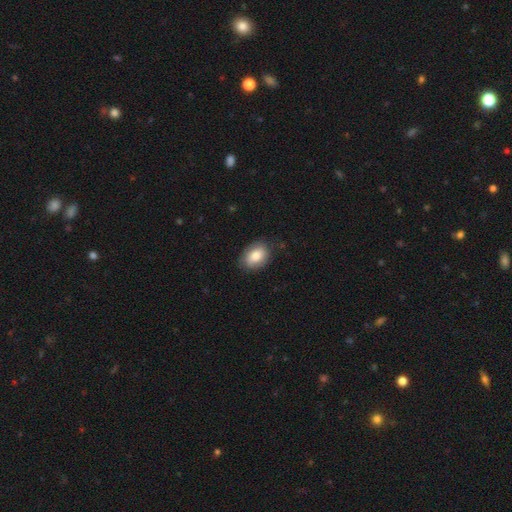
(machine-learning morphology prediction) A smooth galaxy with no disk features (82%) that is in between round and cigar-shaped (82%).

Vote fractions:
- Smooth or featured? smooth: 82% / featured or disk: 11% / star or artifact: 7%
- How rounded? in between: 82% / round: 17% / cigar-shaped: 1%
- Merging? none: 80% / minor disturbance: 16% / major disturbance: 3% / merger: 1%